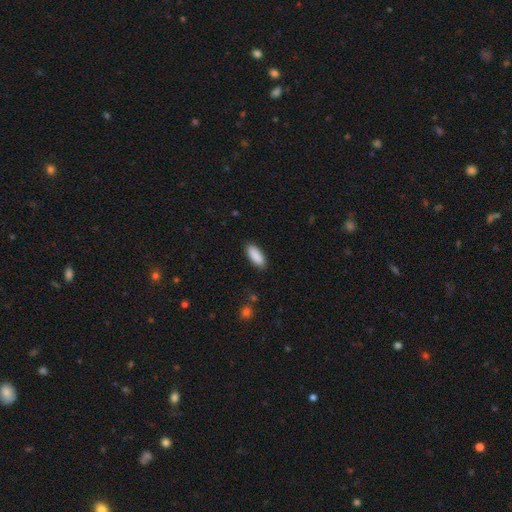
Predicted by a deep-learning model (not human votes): A smooth galaxy with no disk features (90%) that is in between round and cigar-shaped (76%).

Vote fractions:
- Smooth or featured? smooth: 90% / star or artifact: 6% / featured or disk: 4%
- How rounded? in between: 76% / cigar-shaped: 22% / round: 2%
- Merging? none: 87% / minor disturbance: 9% / major disturbance: 2% / merger: 1%